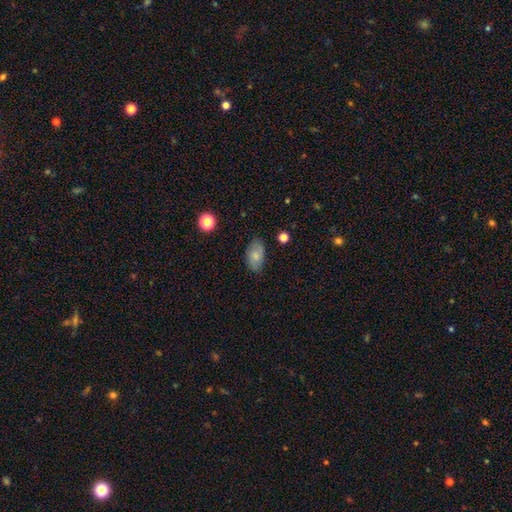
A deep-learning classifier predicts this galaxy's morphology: Smooth or featured? smooth (77%)
How rounded? in between (91%)
Merging? none (78%)